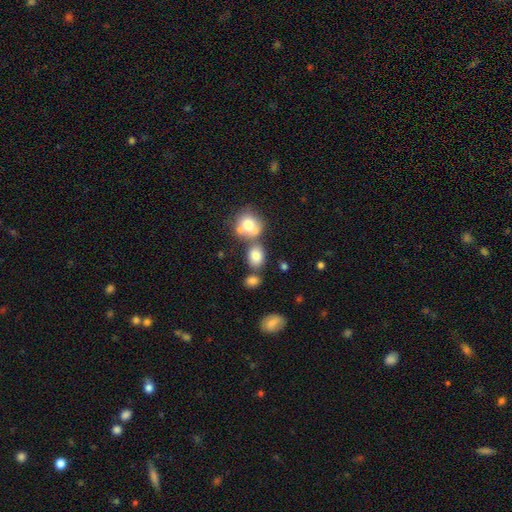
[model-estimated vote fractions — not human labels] smooth-or-featured: smooth: 80% | star or artifact: 11% | featured or disk: 9%
  how-rounded: in between: 59% | round: 39% | cigar-shaped: 1%
  merging: none: 57% | merger: 24% | minor disturbance: 14% | major disturbance: 5%